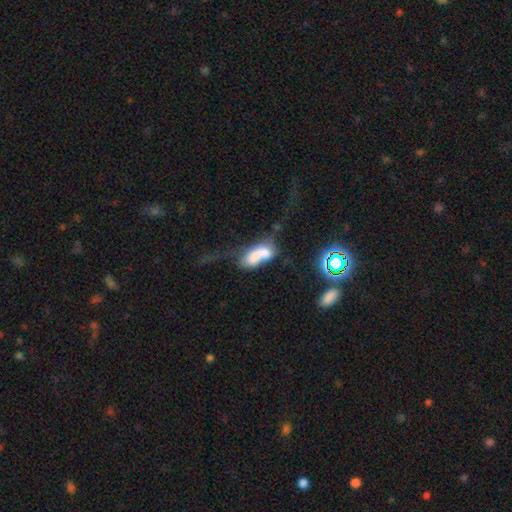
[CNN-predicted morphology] Smooth or featured? smooth (58%)
How rounded? in between (83%)
Merging? merger (44%)